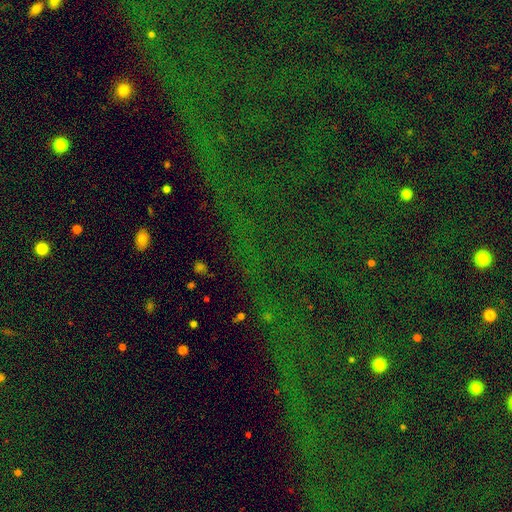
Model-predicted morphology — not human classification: Smooth or featured?
  - star or artifact: 83% *
  - smooth: 9%
  - featured or disk: 9%